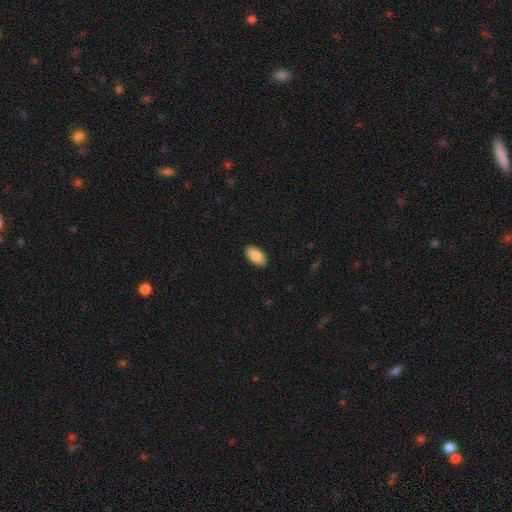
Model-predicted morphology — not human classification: This is clearly a smooth galaxy (89%). How rounded: clearly in between (95%). Merging: clearly none (90%).